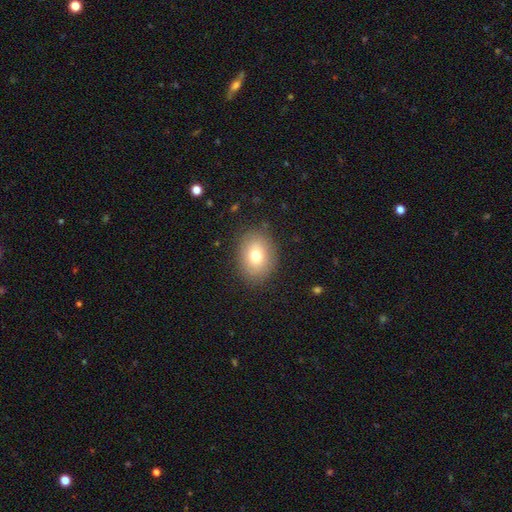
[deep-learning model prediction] The model was most divided on "how rounded": in between: 61%, round: 38%, cigar-shaped: 1%. More confident: merging — none (85%); smooth or featured — smooth (76%).